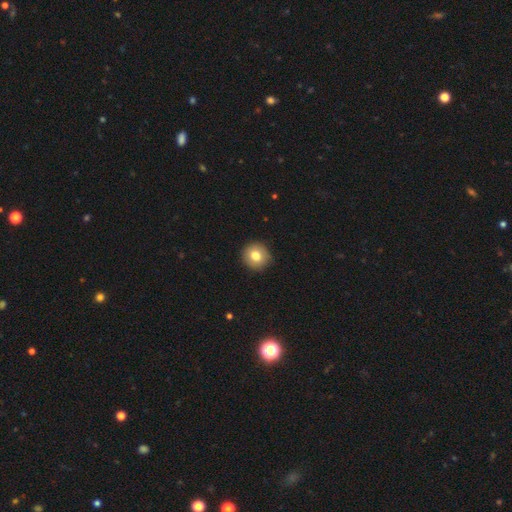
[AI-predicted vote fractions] smooth_or_featured: smooth (p=0.80) [alt: featured or disk p=0.10]
how_rounded: round (p=0.93) [alt: in between p=0.06]
merging: none (p=0.91) [alt: minor disturbance p=0.07]